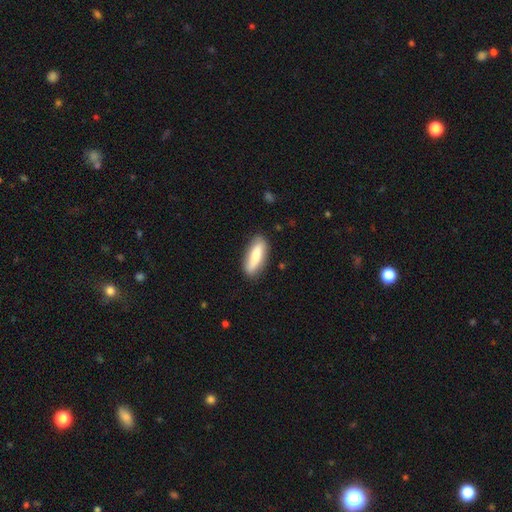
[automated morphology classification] smooth-or-featured: smooth: 74% | featured or disk: 21% | star or artifact: 6%
  how-rounded: in between: 51% | cigar-shaped: 47% | round: 2%
  merging: none: 83% | minor disturbance: 13% | major disturbance: 3% | merger: 2%